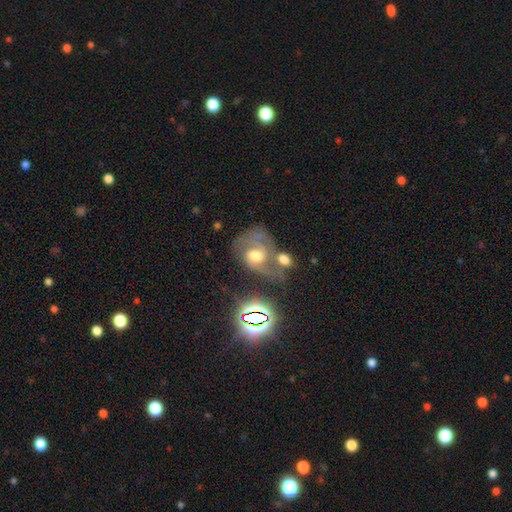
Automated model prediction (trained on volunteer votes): Overall: featured or disk (61%; smooth 24%). Edge-on disk: no (97%). Bar: no (65%; weak 28%). Spiral arms: yes (80%). Bulge size: moderate (58%; large 27%). Merging: merger (41%; none 25%).